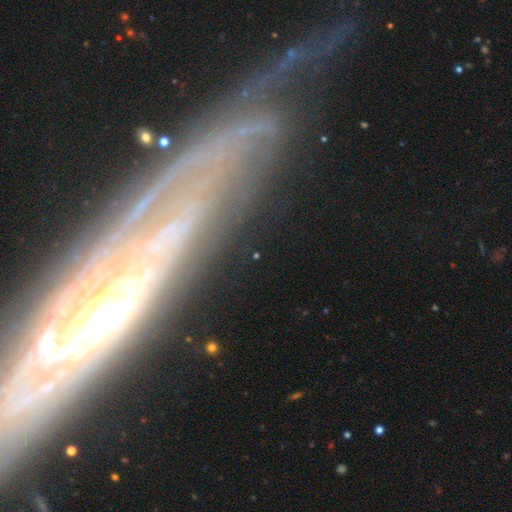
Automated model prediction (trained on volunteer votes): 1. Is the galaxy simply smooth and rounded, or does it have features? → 42% featured or disk, 33% star or artifact, 25% smooth.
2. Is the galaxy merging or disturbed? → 82% none, 10% minor disturbance, 5% major disturbance, 3% merger.